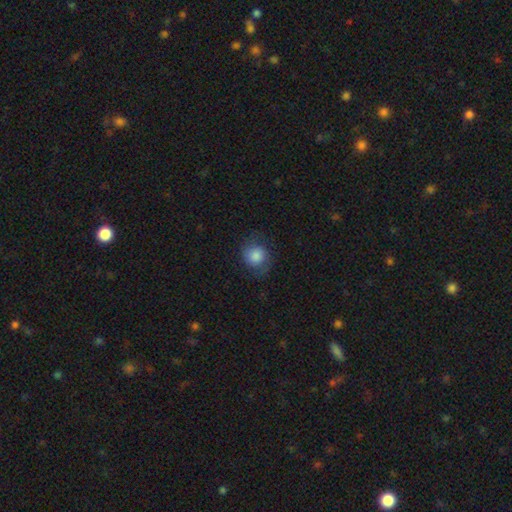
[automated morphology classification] This appears to be a smooth galaxy with no disk features (72%) that is round (82%). Merging: none (71%).